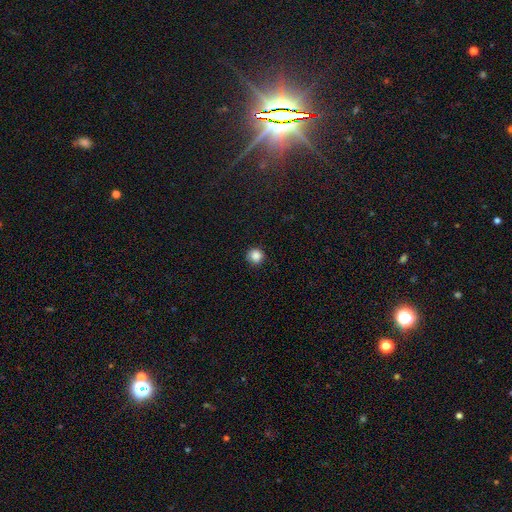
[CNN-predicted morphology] Smooth or featured: smooth — 86% (star or artifact — 11%)
How rounded: round — 95% (in between — 4%)
Merging: none — 89% (minor disturbance — 8%)